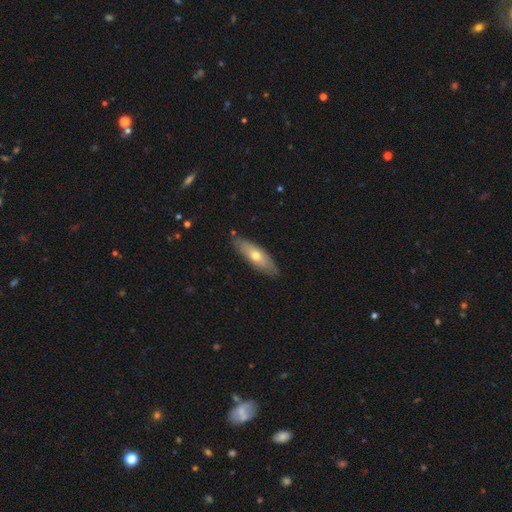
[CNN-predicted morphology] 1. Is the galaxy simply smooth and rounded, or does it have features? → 56% smooth, 39% featured or disk, 6% star or artifact.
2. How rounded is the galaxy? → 52% in between, 46% cigar-shaped, 2% round.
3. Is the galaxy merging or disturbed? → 84% none, 12% minor disturbance, 2% major disturbance, 2% merger.